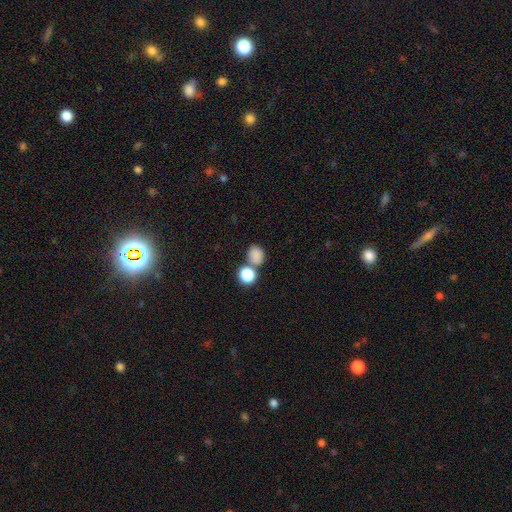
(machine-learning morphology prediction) smooth-or-featured: smooth: 82% | star or artifact: 13% | featured or disk: 5%
  how-rounded: round: 56% | in between: 43% | cigar-shaped: 1%
  merging: none: 56% | merger: 29% | minor disturbance: 11% | major disturbance: 4%